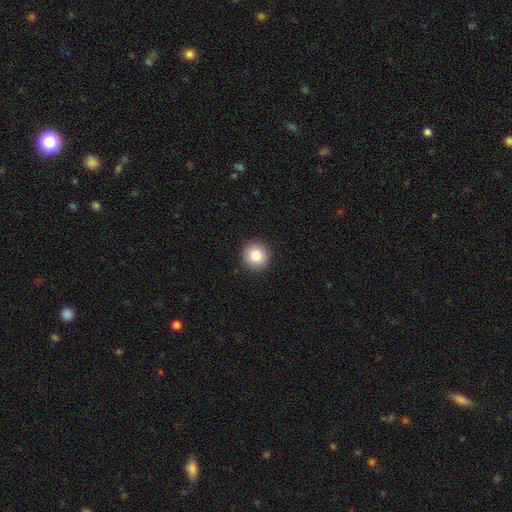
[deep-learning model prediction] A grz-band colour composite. It shows a smooth galaxy with no disk features (83%) that is round (94%). Merging: none (93%).